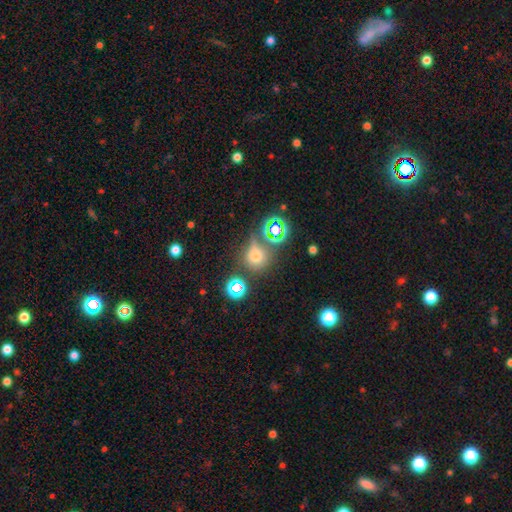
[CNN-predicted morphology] Smooth or featured?
  - smooth: 56% *
  - star or artifact: 33%
  - featured or disk: 11%
How rounded?
  - round: 86% *
  - in between: 13%
  - cigar-shaped: 2%
Merging?
  - none: 67% *
  - merger: 15%
  - minor disturbance: 12%
  - major disturbance: 6%